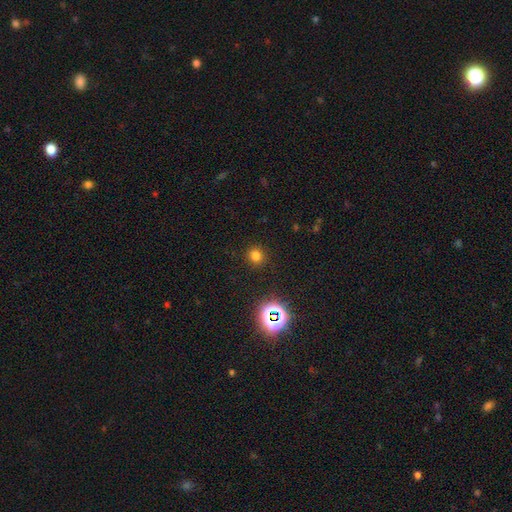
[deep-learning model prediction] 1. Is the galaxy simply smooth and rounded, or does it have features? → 74% smooth, 21% star or artifact, 5% featured or disk.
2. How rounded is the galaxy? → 89% round, 10% in between, 1% cigar-shaped.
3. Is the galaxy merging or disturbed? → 90% none, 6% minor disturbance, 3% major disturbance, 1% merger.